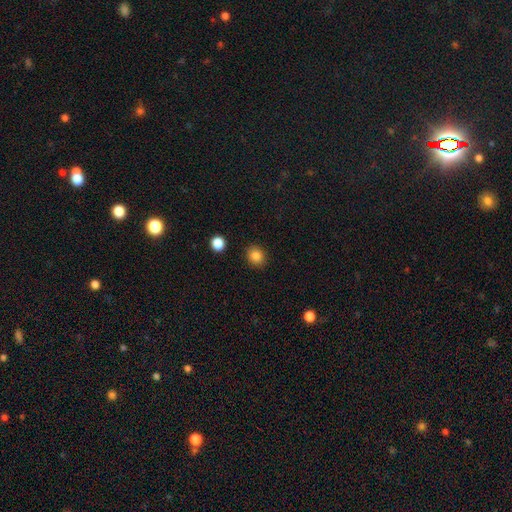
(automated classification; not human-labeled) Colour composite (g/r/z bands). It shows a smooth galaxy with no disk features (85%) that is round (73%). Merging: none (90%).